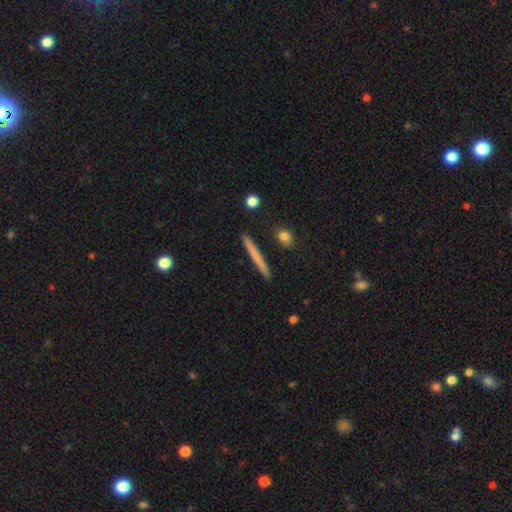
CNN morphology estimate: Overall: smooth (65%; featured or disk 29%). How rounded: cigar-shaped (96%). Merging: none (91%).